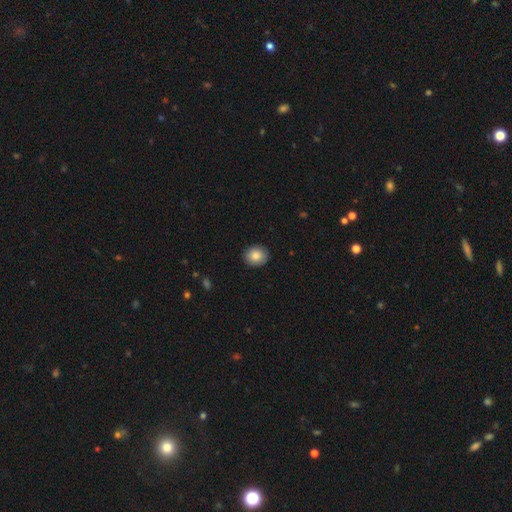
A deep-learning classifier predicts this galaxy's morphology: Smooth or featured? Predicted: smooth (p=0.85). How rounded? Predicted: round (p=0.71). Merging? Predicted: none (p=0.91).